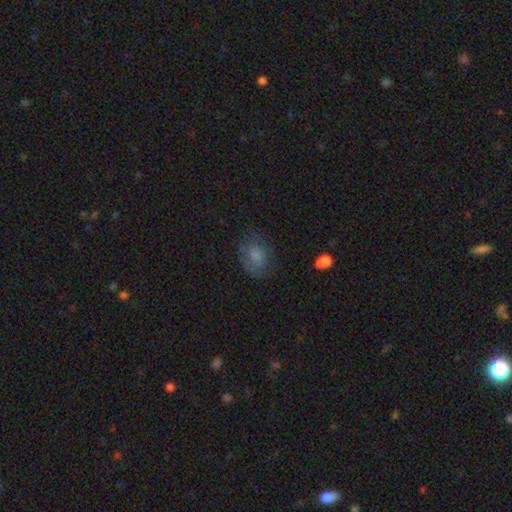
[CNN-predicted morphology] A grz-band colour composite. It shows a smooth galaxy with no disk features (65%) that is in between round and cigar-shaped (56%). Merging: none (65%).